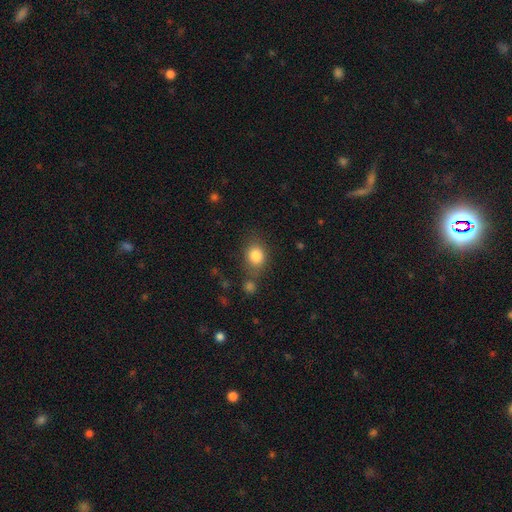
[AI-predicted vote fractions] Q: Smooth or featured?
A: smooth (83%); runner-up: star or artifact (10%)
Q: How rounded?
A: round (58%); runner-up: in between (41%)
Q: Merging?
A: none (66%); runner-up: minor disturbance (16%)